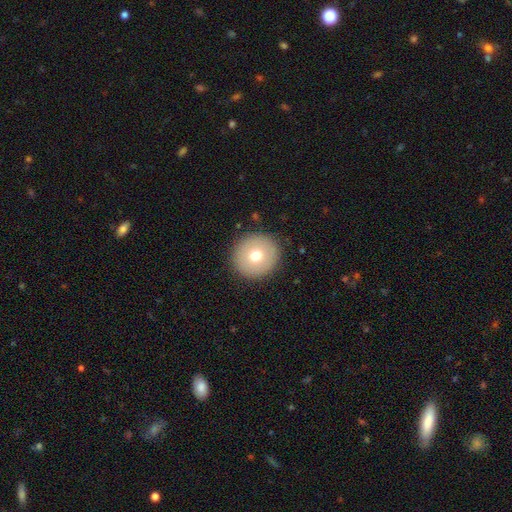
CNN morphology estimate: A smooth galaxy with no disk features (70%) that is round (94%). Merging: none (91%).